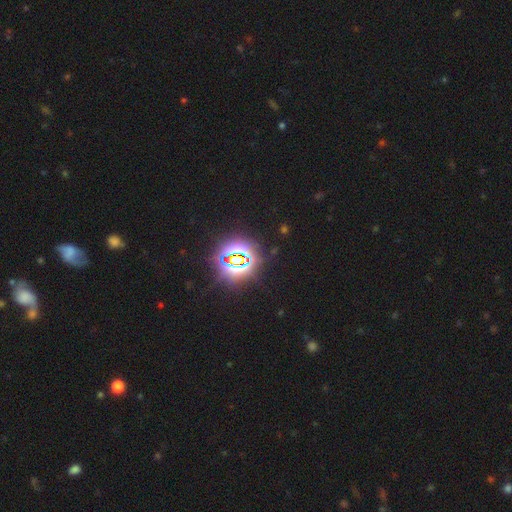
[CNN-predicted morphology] Smooth or featured?
  - star or artifact: 81% *
  - smooth: 12%
  - featured or disk: 7%